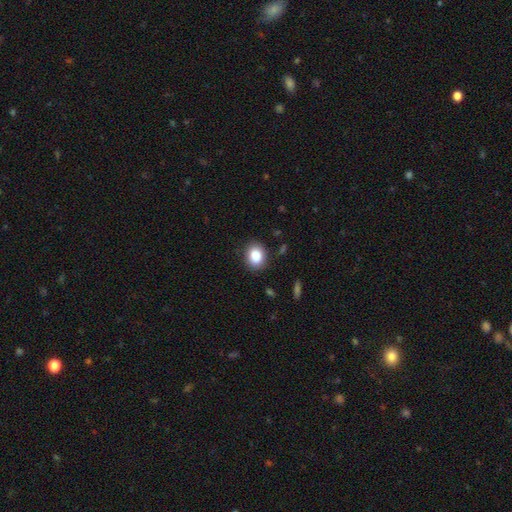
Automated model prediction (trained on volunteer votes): Smooth or featured? smooth (86%)
How rounded? in between (52%)
Merging? none (86%)